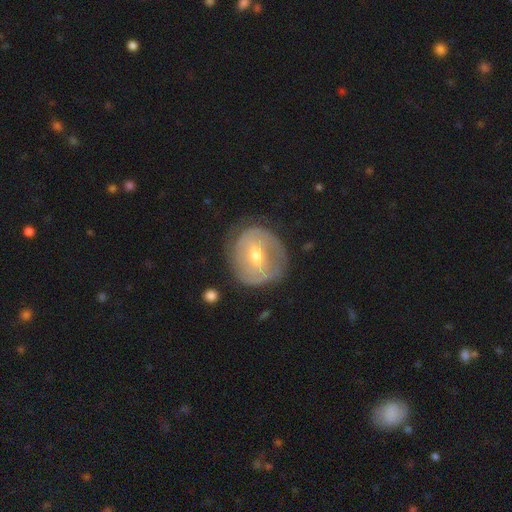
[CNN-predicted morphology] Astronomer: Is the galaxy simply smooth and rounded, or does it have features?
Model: featured or disk — 70%.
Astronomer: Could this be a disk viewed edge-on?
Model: no — 96%.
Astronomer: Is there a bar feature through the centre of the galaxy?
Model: weak — 50% (runner-up: no, 28%).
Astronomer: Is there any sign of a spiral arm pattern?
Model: yes — 72%.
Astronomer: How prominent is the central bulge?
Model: moderate — 65%.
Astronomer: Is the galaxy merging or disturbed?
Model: none — 70%.